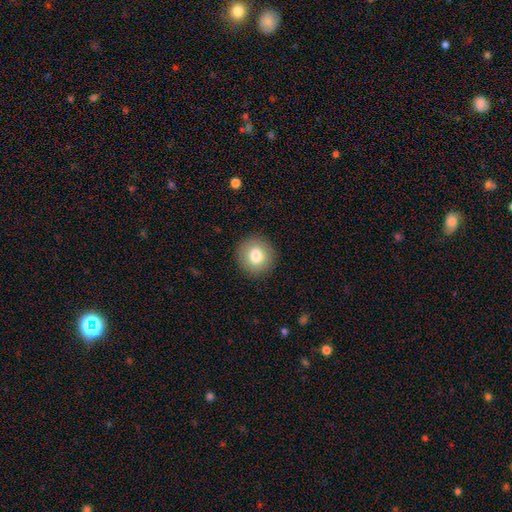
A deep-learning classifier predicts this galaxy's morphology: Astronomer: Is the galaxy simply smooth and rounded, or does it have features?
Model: smooth — 80%.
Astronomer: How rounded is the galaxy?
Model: round — 91%.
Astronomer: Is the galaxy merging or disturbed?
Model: none — 91%.